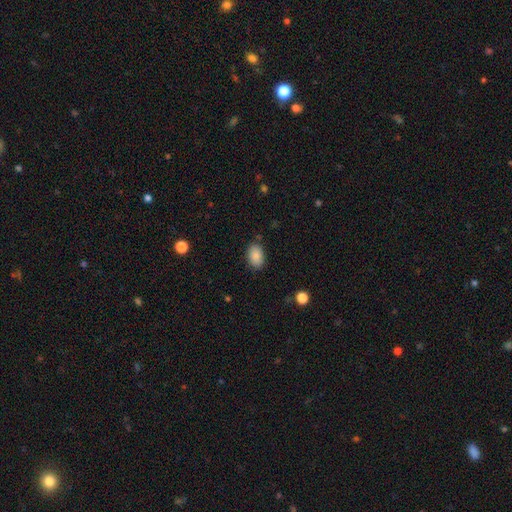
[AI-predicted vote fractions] Smooth or featured? Predicted: smooth (p=0.87). How rounded? Predicted: in between (p=0.86). Merging? Predicted: none (p=0.84).